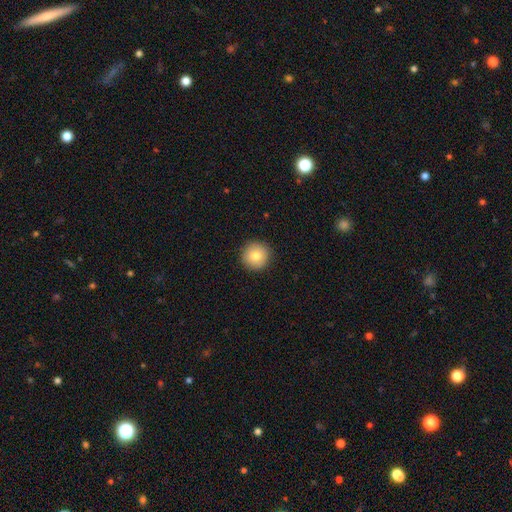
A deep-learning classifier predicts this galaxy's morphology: This is clearly a smooth galaxy (81%). How rounded: clearly round (95%). Merging: clearly none (92%).